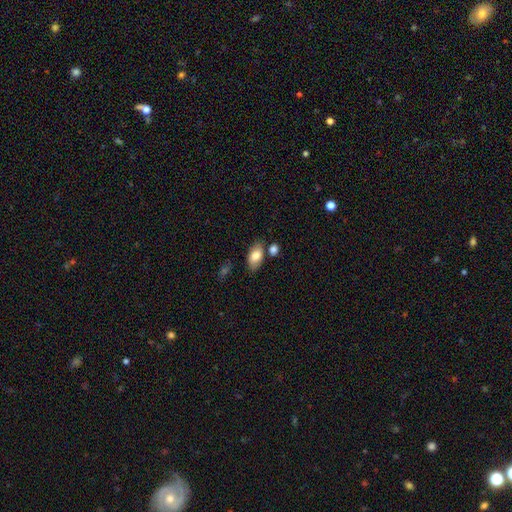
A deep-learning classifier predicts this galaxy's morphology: Smooth or featured: smooth — 79% (featured or disk — 15%)
How rounded: in between — 92% (round — 5%)
Merging: none — 73% (minor disturbance — 14%)